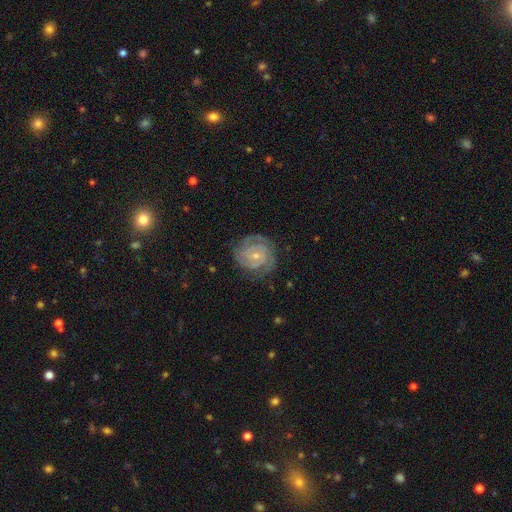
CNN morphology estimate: This is clearly a featured or disk galaxy (86%). It is clearly not viewed edge-on (98%). Bar: possibly no (56%). Spiral arm pattern: clearly yes (96%). Spiral arm count: marginally 2 (35%). Spiral winding: likely tight (73%). Central bulge: likely small (66%). Merging: likely none (74%).